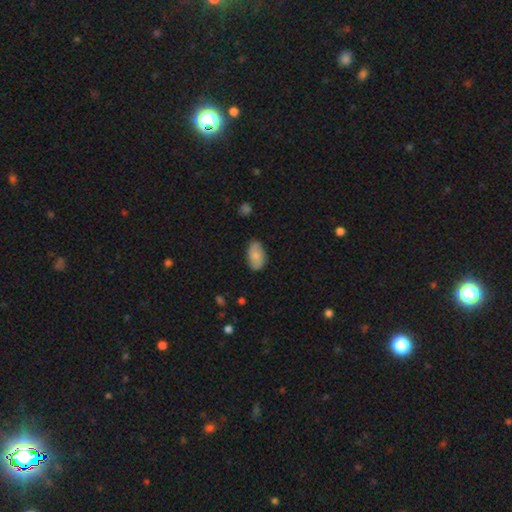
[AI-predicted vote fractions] smooth 79%, featured or disk 14%, star or artifact 7%. Down the decision tree: how rounded — in between (93%); merging — none (77%).